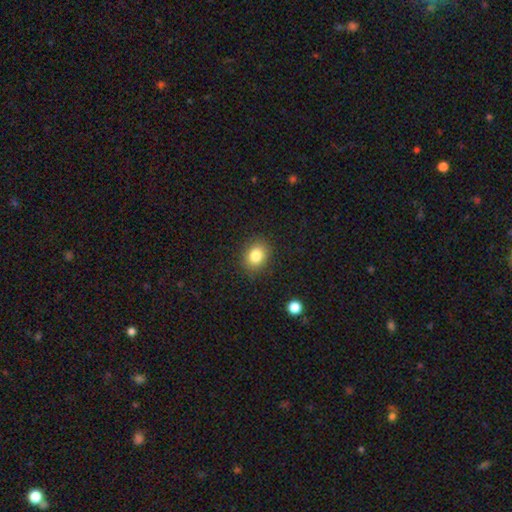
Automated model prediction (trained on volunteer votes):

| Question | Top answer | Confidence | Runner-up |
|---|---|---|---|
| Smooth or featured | smooth | 82% | star or artifact (10%) |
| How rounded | round | 51% | in between (48%) |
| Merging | none | 87% | minor disturbance (9%) |